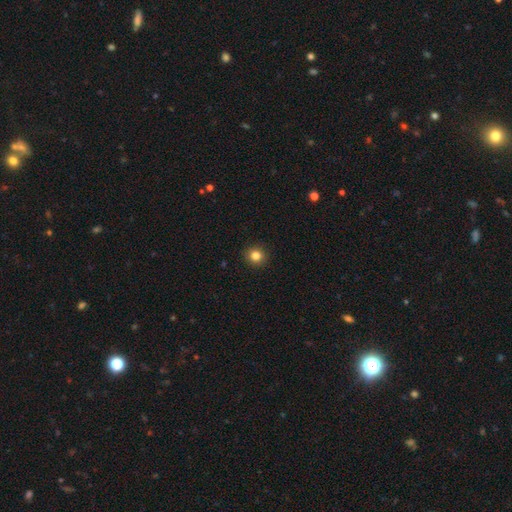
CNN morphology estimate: The model was most divided on "smooth or featured": smooth: 83%, star or artifact: 12%, featured or disk: 5%. More confident: merging — none (92%); how rounded — round (91%).